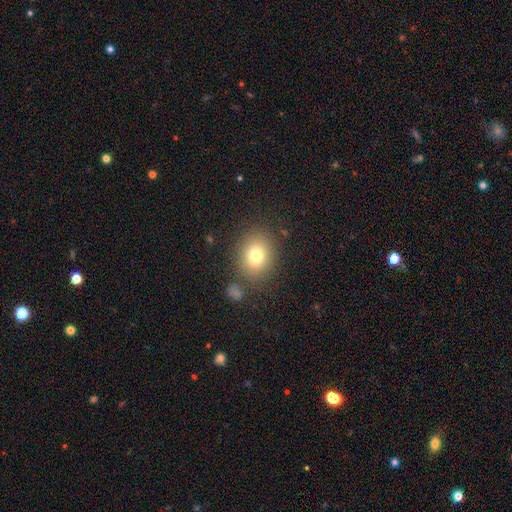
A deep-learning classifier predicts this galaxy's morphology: A smooth galaxy with no disk features (76%) that is round (70%).

Vote fractions:
- Smooth or featured? smooth: 76% / star or artifact: 12% / featured or disk: 12%
- How rounded? round: 70% / in between: 29% / cigar-shaped: 1%
- Merging? none: 81% / minor disturbance: 10% / major disturbance: 5% / merger: 4%